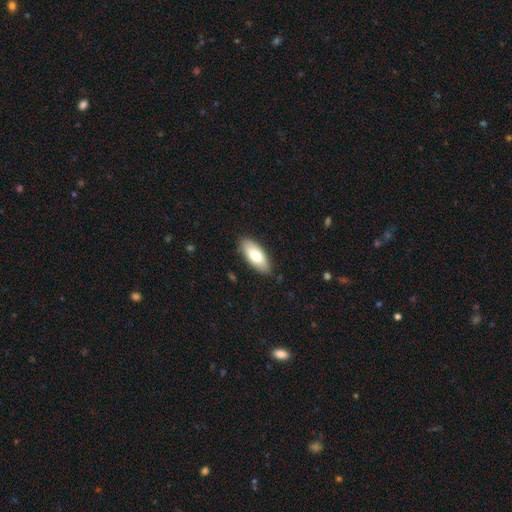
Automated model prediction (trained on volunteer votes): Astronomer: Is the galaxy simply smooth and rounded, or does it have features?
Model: smooth — 74%.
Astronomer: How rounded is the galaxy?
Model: in between — 86%.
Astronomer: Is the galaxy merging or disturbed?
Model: none — 86%.